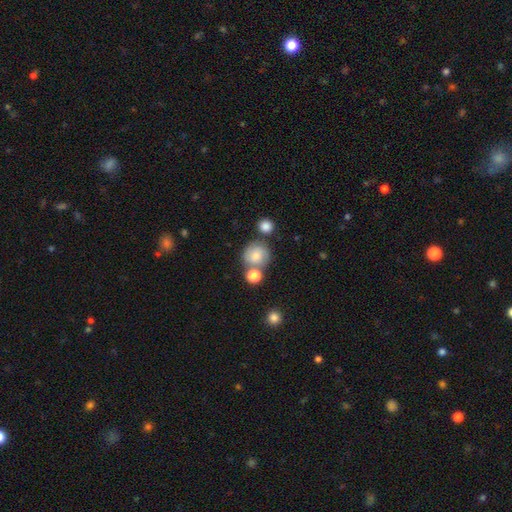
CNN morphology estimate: Smooth or featured? smooth (73%)
How rounded? round (86%)
Merging? none (58%)